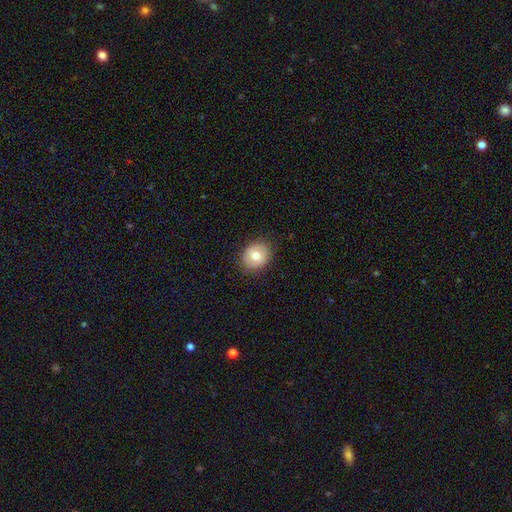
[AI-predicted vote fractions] A smooth galaxy with no disk features (73%) that is round (69%).

Vote fractions:
- Smooth or featured? smooth: 73% / featured or disk: 19% / star or artifact: 9%
- How rounded? round: 69% / in between: 30% / cigar-shaped: 1%
- Merging? none: 87% / minor disturbance: 9% / major disturbance: 2% / merger: 1%